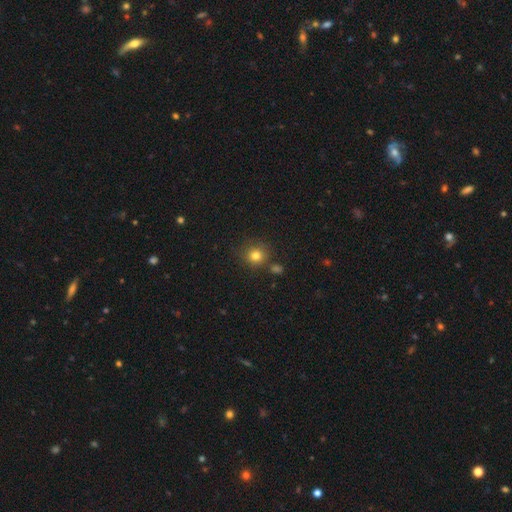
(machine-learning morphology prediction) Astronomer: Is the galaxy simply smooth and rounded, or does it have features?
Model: smooth — 79%.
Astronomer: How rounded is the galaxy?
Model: round — 90%.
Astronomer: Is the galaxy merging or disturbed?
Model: none — 78%.